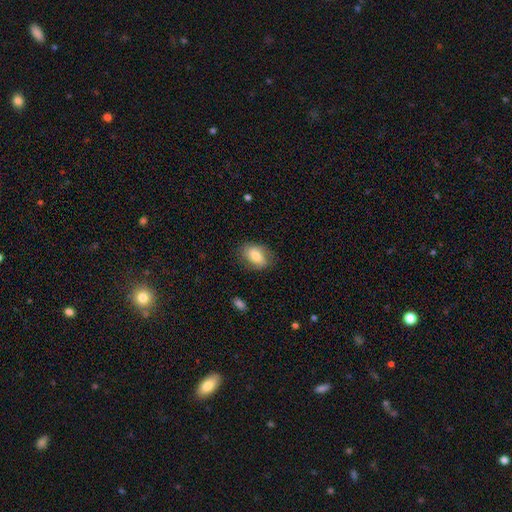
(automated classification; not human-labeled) Smooth or featured: smooth — 73% (featured or disk — 19%)
How rounded: in between — 84% (round — 14%)
Merging: none — 75% (minor disturbance — 18%)